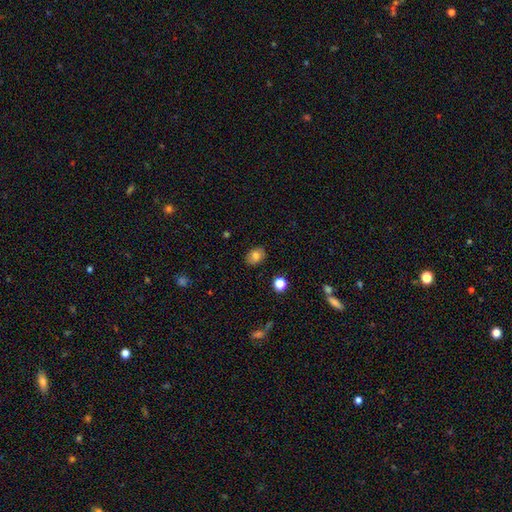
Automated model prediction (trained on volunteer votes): Overall: smooth (78%). How rounded: in between (55%; round 44%). Merging: none (85%).